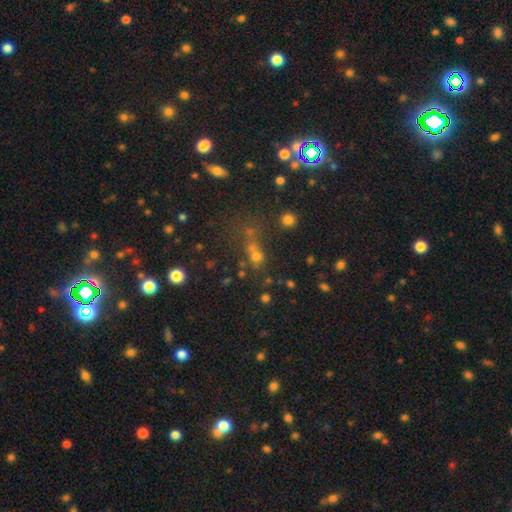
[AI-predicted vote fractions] Smooth or featured? star or artifact (52%)